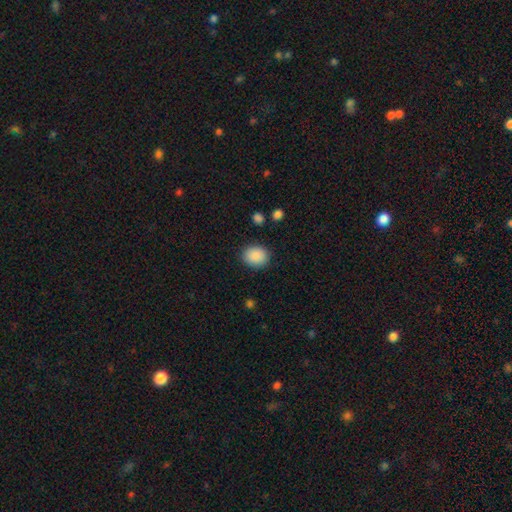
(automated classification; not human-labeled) The model was most divided on "how rounded": round: 55%, in between: 44%, cigar-shaped: 1%. More confident: smooth or featured — smooth (89%); merging — none (88%).